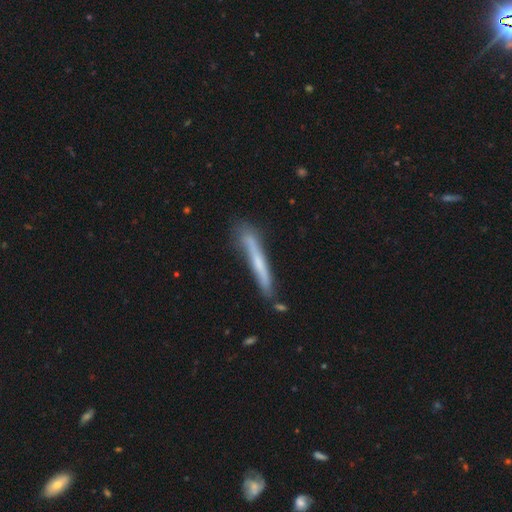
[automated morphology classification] Smooth or featured? smooth (47%)
Merging? none (73%)